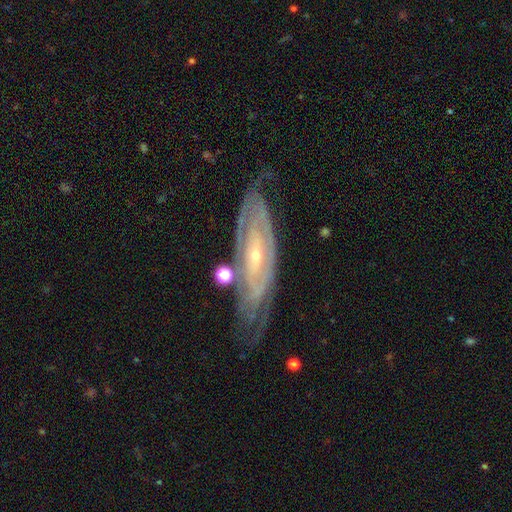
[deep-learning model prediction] Smooth or featured? featured or disk (86%)
Edge-on disk? no (85%)
Bar? no (48%)
Spiral arms? yes (93%)
Spiral winding? tight (75%)
Spiral arm count? can't tell (42%)
Bulge size? small (75%)
Merging? none (69%)